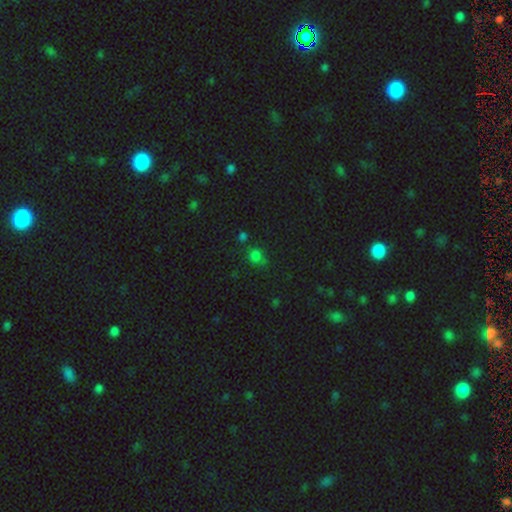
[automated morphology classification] A smooth galaxy with no disk features (67%) that is round (73%).

Vote fractions:
- Smooth or featured? smooth: 67% / star or artifact: 27% / featured or disk: 6%
- How rounded? round: 73% / in between: 26% / cigar-shaped: 1%
- Merging? none: 64% / minor disturbance: 19% / merger: 10% / major disturbance: 7%